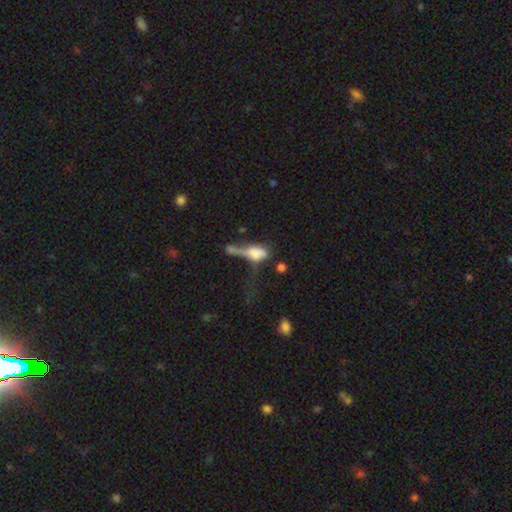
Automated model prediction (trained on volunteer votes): Smooth or featured?
  - smooth: 55% *
  - featured or disk: 33%
  - star or artifact: 12%
How rounded?
  - in between: 68% *
  - cigar-shaped: 23%
  - round: 9%
Merging?
  - major disturbance: 40% *
  - merger: 32%
  - none: 14%
  - minor disturbance: 13%